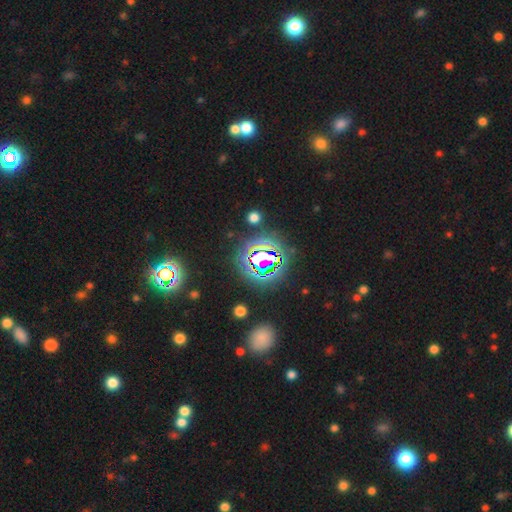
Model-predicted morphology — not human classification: A star or artifact, not a galaxy (71%).